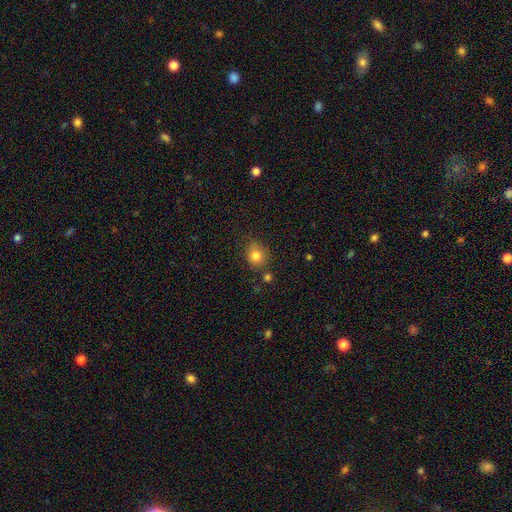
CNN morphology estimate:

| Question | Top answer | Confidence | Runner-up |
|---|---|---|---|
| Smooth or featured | smooth | 81% | star or artifact (11%) |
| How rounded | round | 68% | in between (31%) |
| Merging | none | 73% | minor disturbance (17%) |